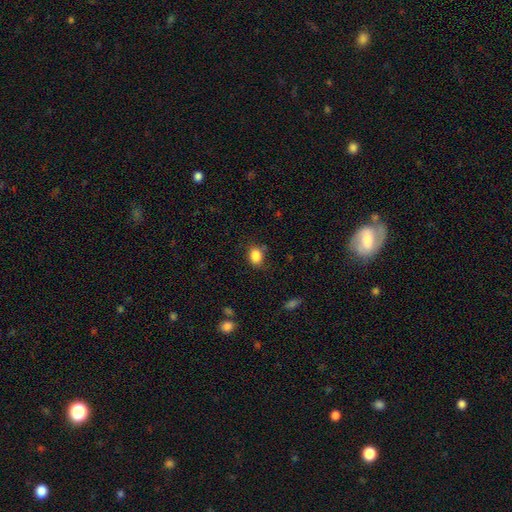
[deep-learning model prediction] A smooth galaxy with no disk features (86%) that is in between round and cigar-shaped (65%). Merging: none (73%).